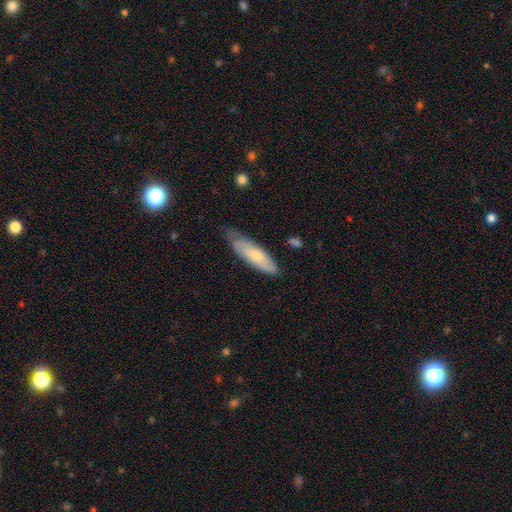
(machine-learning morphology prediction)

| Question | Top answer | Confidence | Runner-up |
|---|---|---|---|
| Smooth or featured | smooth | 57% | featured or disk (37%) |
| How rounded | cigar-shaped | 56% | in between (42%) |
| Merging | none | 59% | minor disturbance (32%) |